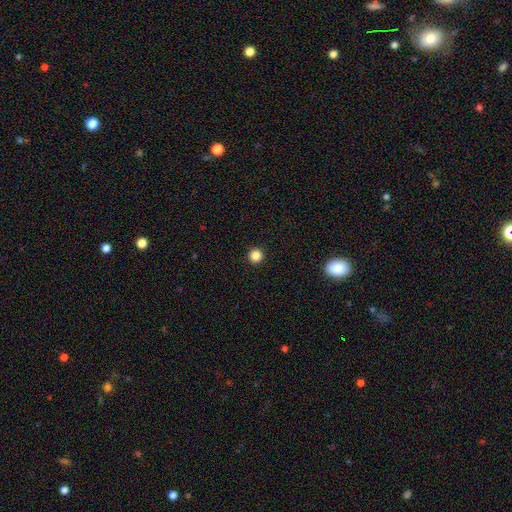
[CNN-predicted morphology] Smooth or featured? Predicted: smooth (p=0.85). How rounded? Predicted: round (p=0.97). Merging? Predicted: none (p=0.94).